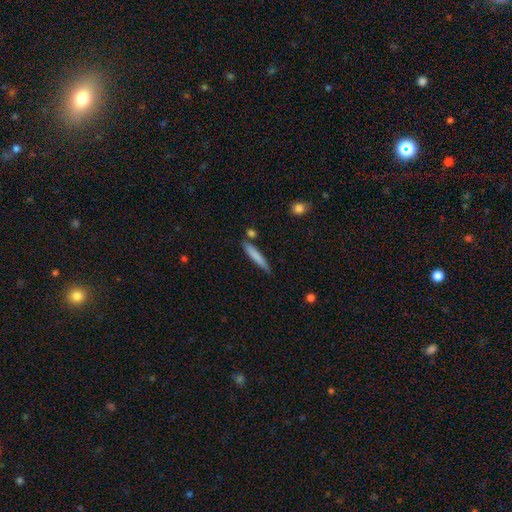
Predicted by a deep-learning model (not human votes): The model was most divided on "merging": none: 74%, minor disturbance: 16%, merger: 7%, major disturbance: 3%. More confident: how rounded — cigar-shaped (92%); smooth or featured — smooth (77%).